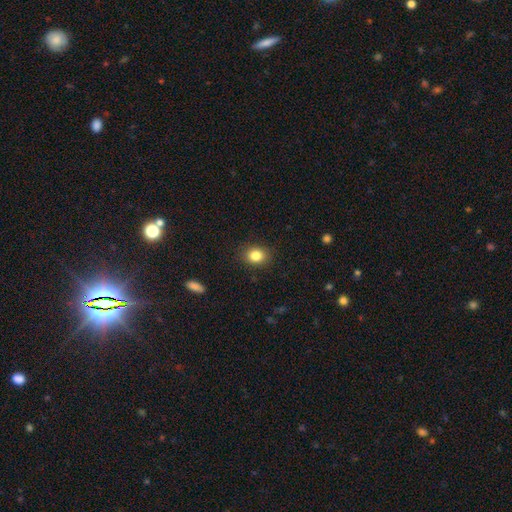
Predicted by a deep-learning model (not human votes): Overall: smooth (84%). How rounded: round (60%; in between 39%). Merging: none (88%).